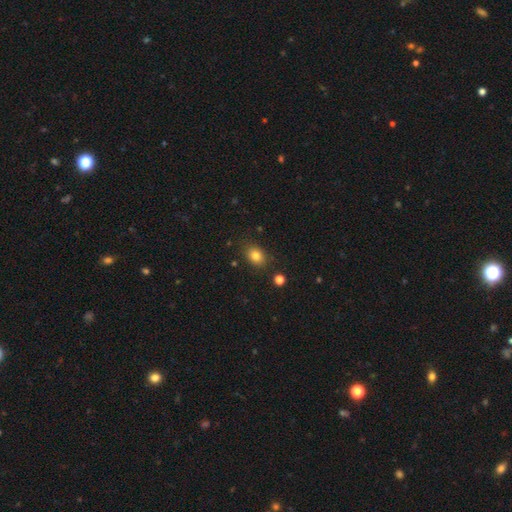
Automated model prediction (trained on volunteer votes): smooth_or_featured: smooth (p=0.82) [alt: star or artifact p=0.11]
how_rounded: in between (p=0.67) [alt: round p=0.32]
merging: none (p=0.83) [alt: minor disturbance p=0.11]